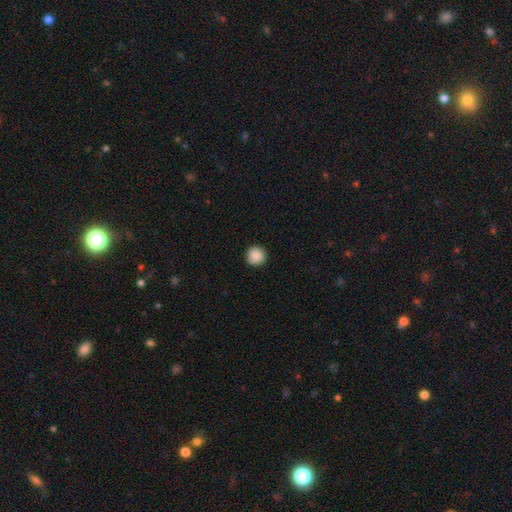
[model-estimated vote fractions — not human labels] A smooth galaxy with no disk features (88%) that is round (94%). Merging: none (88%).